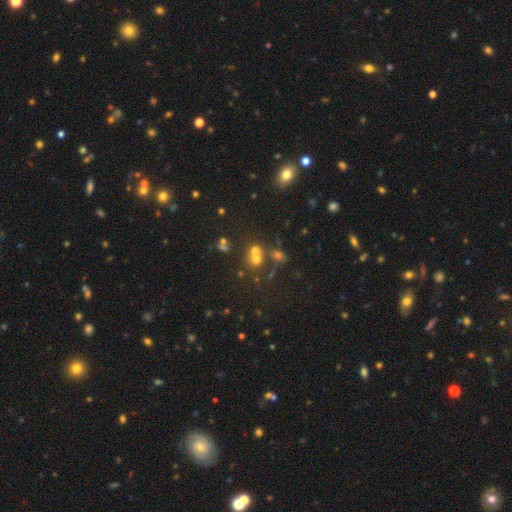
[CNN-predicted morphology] Overall: smooth (56%; star or artifact 26%). How rounded: round (78%). Merging: merger (48%; none 41%).